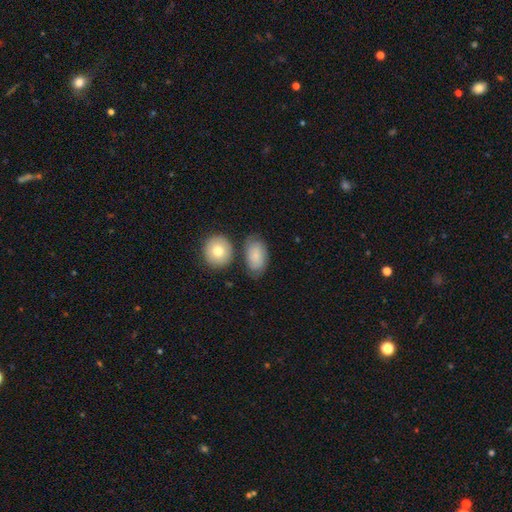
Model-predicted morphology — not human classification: This is likely a smooth galaxy (69%). How rounded: clearly in between (87%). Merging: likely none (62%).